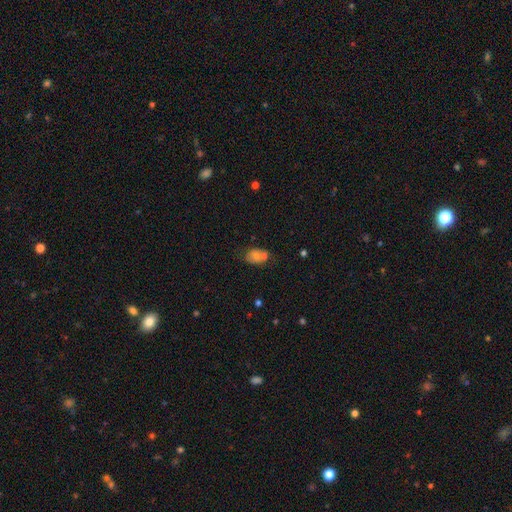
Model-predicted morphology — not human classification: smooth_or_featured: smooth (p=0.63) [alt: featured or disk p=0.24]
how_rounded: in between (p=0.77) [alt: round p=0.22]
merging: none (p=0.50) [alt: merger p=0.23]